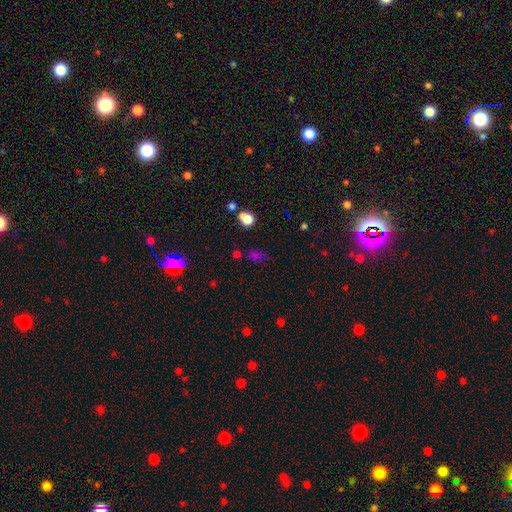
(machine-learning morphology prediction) Smooth or featured?
  - smooth: 60% *
  - star or artifact: 32%
  - featured or disk: 8%
How rounded?
  - in between: 56% *
  - round: 40%
  - cigar-shaped: 4%
Merging?
  - none: 59% *
  - minor disturbance: 21%
  - major disturbance: 11%
  - merger: 9%